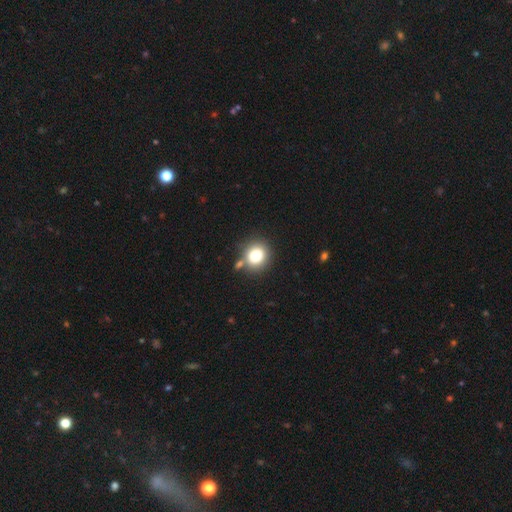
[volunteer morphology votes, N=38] Volunteers were most divided on "how rounded": round: 73%, in between: 27%, cigar-shaped: 0%. More confident: smooth or featured — smooth (87%); merging — none (81%).